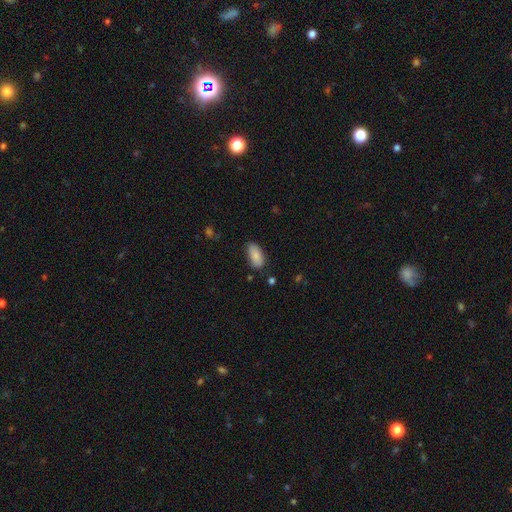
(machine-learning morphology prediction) The model was most divided on "merging": none: 77%, minor disturbance: 18%, major disturbance: 3%, merger: 2%. More confident: how rounded — in between (92%); smooth or featured — smooth (85%).